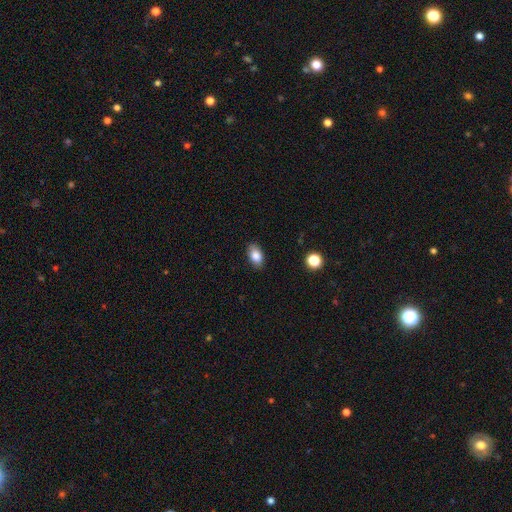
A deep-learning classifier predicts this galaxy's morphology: Smooth or featured: smooth — 86% (star or artifact — 8%)
How rounded: in between — 89% (round — 9%)
Merging: none — 86% (minor disturbance — 11%)